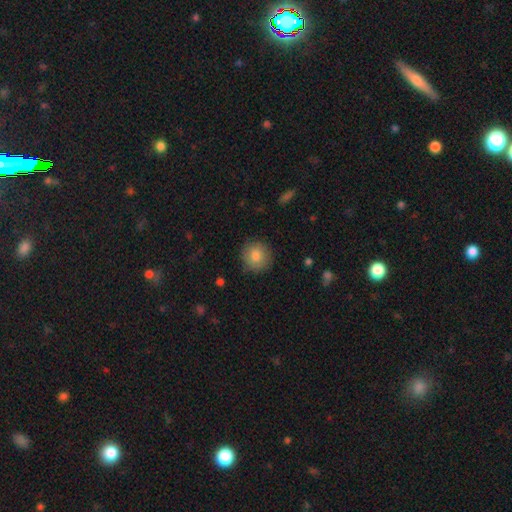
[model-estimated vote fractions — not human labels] Smooth or featured: smooth — 83% (featured or disk — 9%)
How rounded: round — 93% (in between — 6%)
Merging: none — 88% (minor disturbance — 9%)